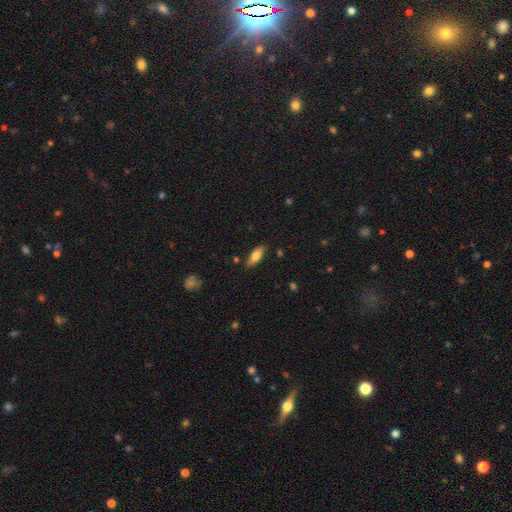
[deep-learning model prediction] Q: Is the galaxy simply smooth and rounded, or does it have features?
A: smooth — 73%.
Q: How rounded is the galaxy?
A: in between — 72%.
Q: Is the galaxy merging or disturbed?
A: none — 82%.